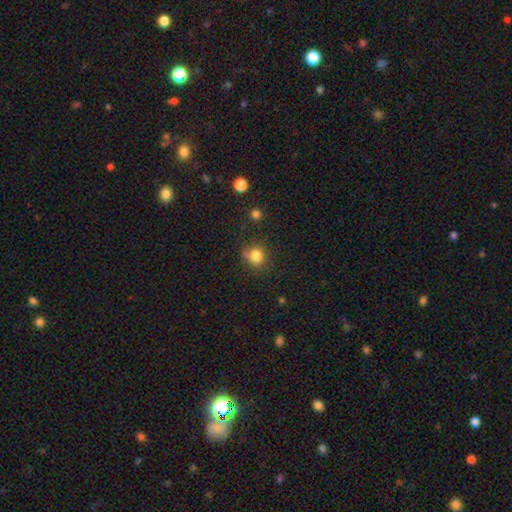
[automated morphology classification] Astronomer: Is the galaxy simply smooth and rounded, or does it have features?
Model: smooth — 82%.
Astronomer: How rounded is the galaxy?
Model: round — 72%.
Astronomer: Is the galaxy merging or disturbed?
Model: none — 68%.